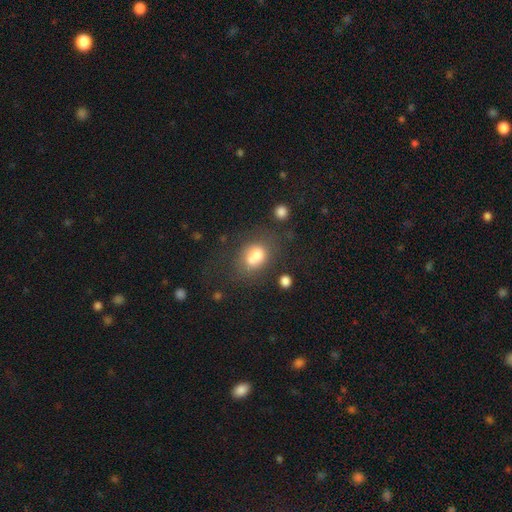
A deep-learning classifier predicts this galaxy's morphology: This is likely a smooth galaxy (70%). How rounded: possibly round (52%). Merging: marginally none (37%).